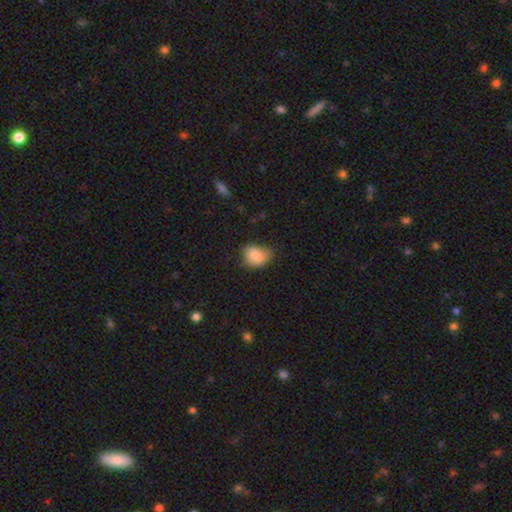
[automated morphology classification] This appears to be a smooth galaxy with no disk features (84%) that is in between round and cigar-shaped (60%). Merging: none (48%).